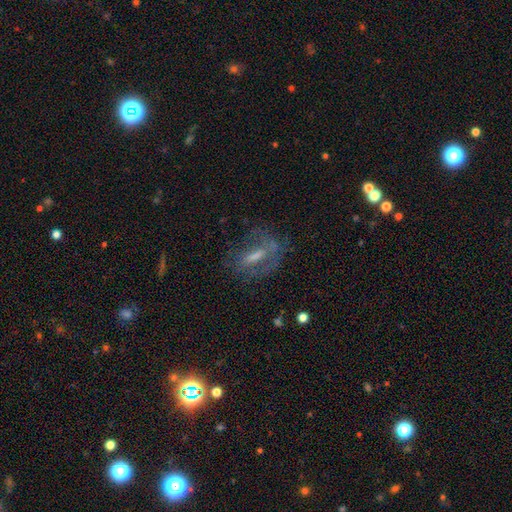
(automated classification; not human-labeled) Smooth or featured? featured or disk (55%)
Edge-on disk? no (77%)
Merging? none (62%)